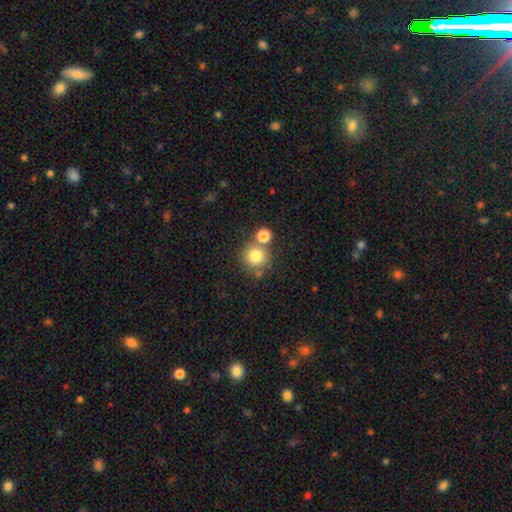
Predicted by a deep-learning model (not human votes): Smooth or featured?
  - smooth: 78% *
  - star or artifact: 12%
  - featured or disk: 9%
How rounded?
  - round: 90% *
  - in between: 9%
  - cigar-shaped: 1%
Merging?
  - none: 65% *
  - merger: 23%
  - minor disturbance: 9%
  - major disturbance: 3%